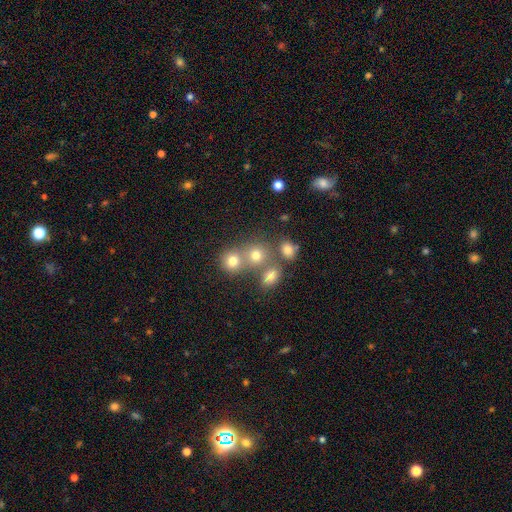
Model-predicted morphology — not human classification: Q: Smooth or featured?
A: smooth (66%); runner-up: star or artifact (21%)
Q: How rounded?
A: round (77%); runner-up: in between (21%)
Q: Merging?
A: none (51%); runner-up: merger (36%)